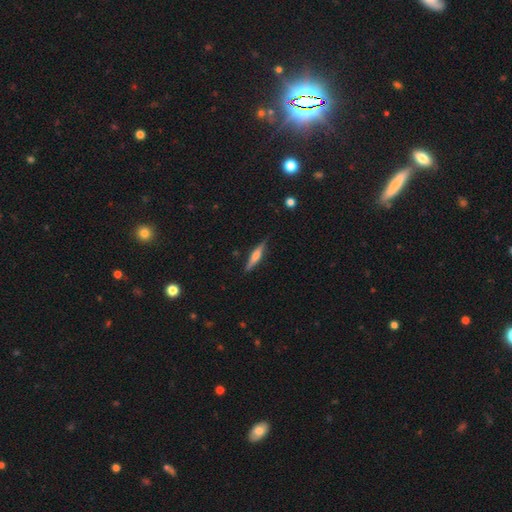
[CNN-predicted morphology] Smooth or featured: featured or disk — 56% (smooth — 38%)
Edge-on disk: yes — 96% (no — 4%)
Edge-on bulge: rounded — 78% (boxy — 14%)
Merging: none — 87% (minor disturbance — 10%)